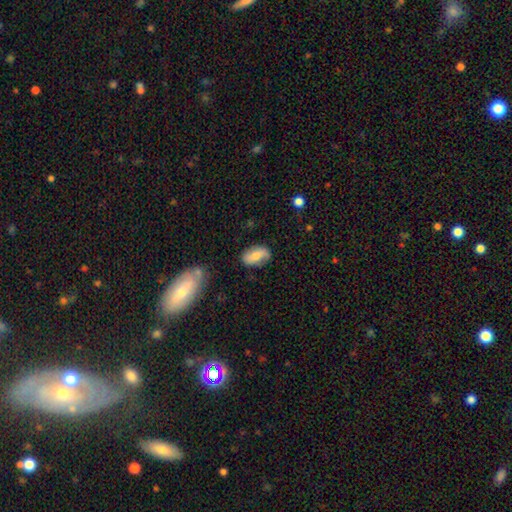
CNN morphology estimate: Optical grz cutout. It shows a smooth galaxy with no disk features (58%) that is in between round and cigar-shaped (89%). Merging: none (75%).